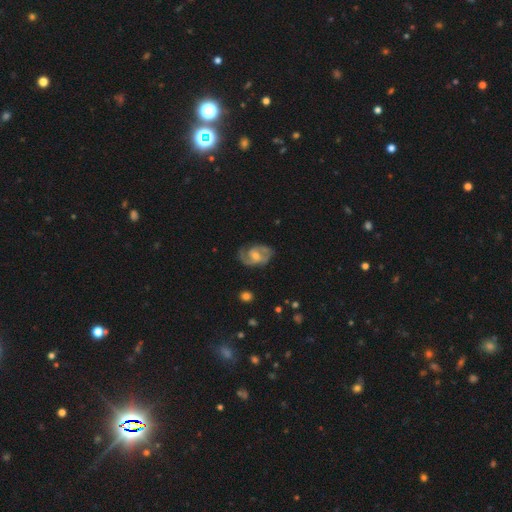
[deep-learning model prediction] featured or disk 80%, smooth 14%, star or artifact 6%. Down the decision tree: edge-on disk — no (97%); bar — weak (48%); spiral arms — yes (92%); spiral arm count — 2 (73%); spiral winding — medium (50%); bulge size — moderate (51%); merging — none (71%).